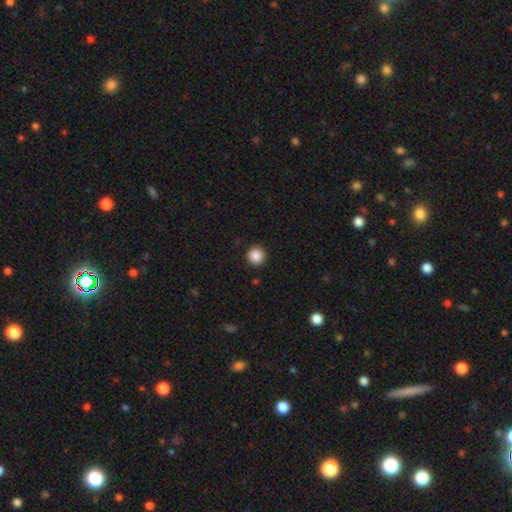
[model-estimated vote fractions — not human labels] Overall: smooth (87%). How rounded: round (95%). Merging: none (92%).